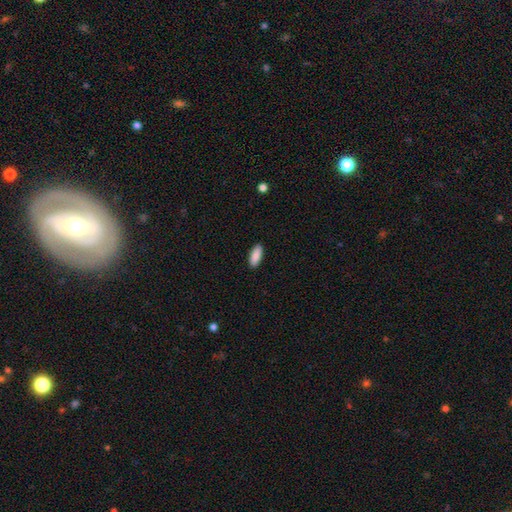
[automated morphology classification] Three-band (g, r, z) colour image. It shows a smooth galaxy with no disk features (90%) that is in between round and cigar-shaped (76%). Merging: none (90%).